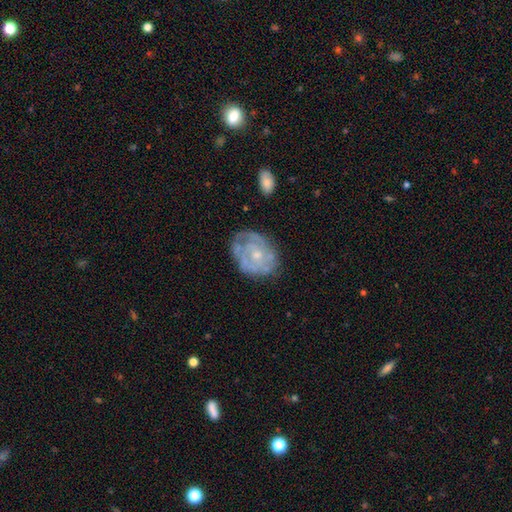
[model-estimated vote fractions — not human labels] A featured or disk galaxy (77%) with no bar (79%), tight (65%) spiral arms (78%) and a small central bulge (63%).

Vote fractions:
- Smooth or featured? featured or disk: 77% / smooth: 17% / star or artifact: 6%
- Edge-on disk? no: 97% / yes: 3%
- Bar? no: 79% / weak: 18% / strong: 3%
- Spiral arms? yes: 78% / no: 22%
- Spiral winding? tight: 65% / medium: 26% / loose: 9%
- Spiral arm count? can't tell: 51% / 2: 20% / 3: 14% / 4: 6% / 1: 6% / more than 4: 4%
- Bulge size? small: 63% / moderate: 31% / none: 3% / large: 1% / dominant: 1%
- Merging? none: 65% / minor disturbance: 23% / major disturbance: 10% / merger: 2%